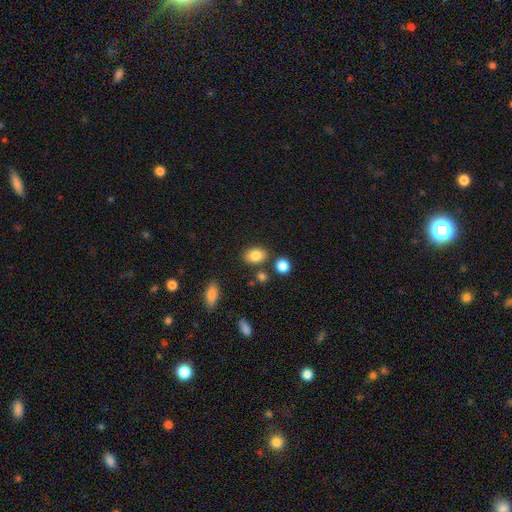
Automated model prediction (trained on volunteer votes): Smooth or featured?
  - smooth: 84% *
  - star or artifact: 9%
  - featured or disk: 7%
How rounded?
  - in between: 79% *
  - round: 20%
  - cigar-shaped: 1%
Merging?
  - none: 79% *
  - minor disturbance: 11%
  - merger: 7%
  - major disturbance: 3%